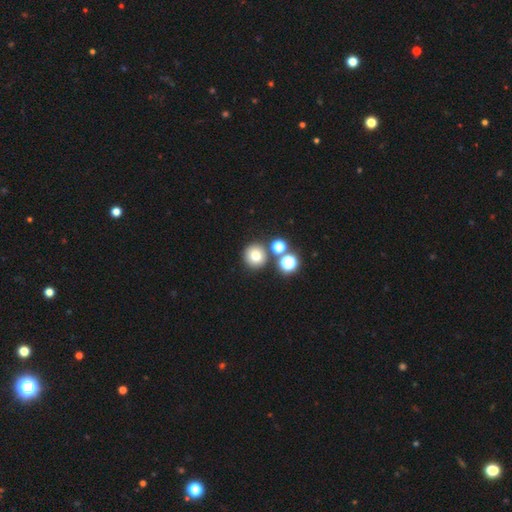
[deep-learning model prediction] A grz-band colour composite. It shows a smooth galaxy with no disk features (76%) that is round (93%). Merging: none (77%).